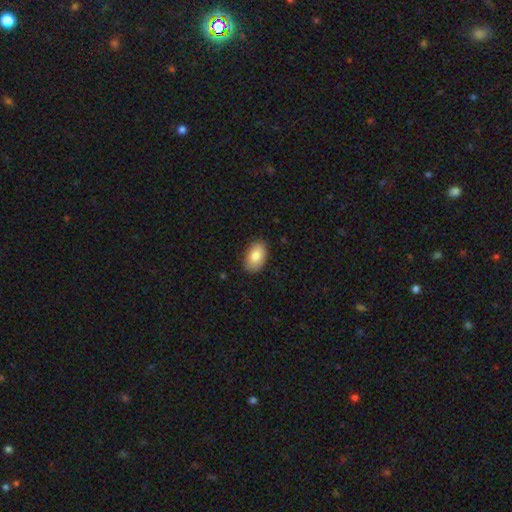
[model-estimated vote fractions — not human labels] smooth 82%, featured or disk 11%, star or artifact 7%. Down the decision tree: how rounded — in between (92%); merging — none (86%).